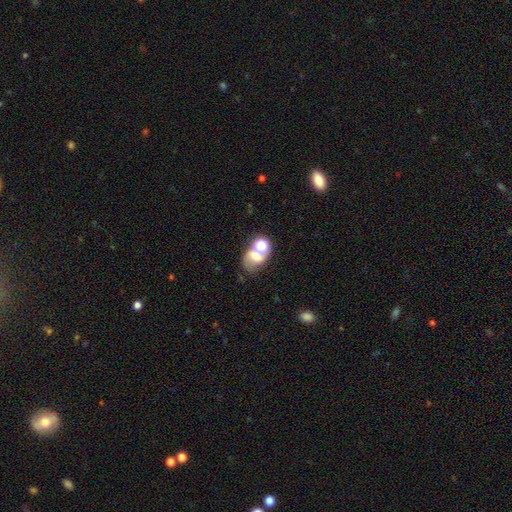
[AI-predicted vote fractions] Morphology: type=smooth (50%); roundness=in between (63%); merging=merger (44%).